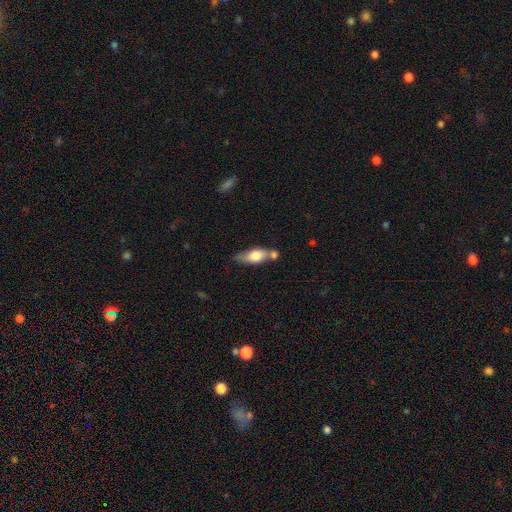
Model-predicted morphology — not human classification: The model was most divided on "merging": none: 44%, merger: 29%, minor disturbance: 20%, major disturbance: 6%. More confident: how rounded — in between (73%); smooth or featured — smooth (66%).